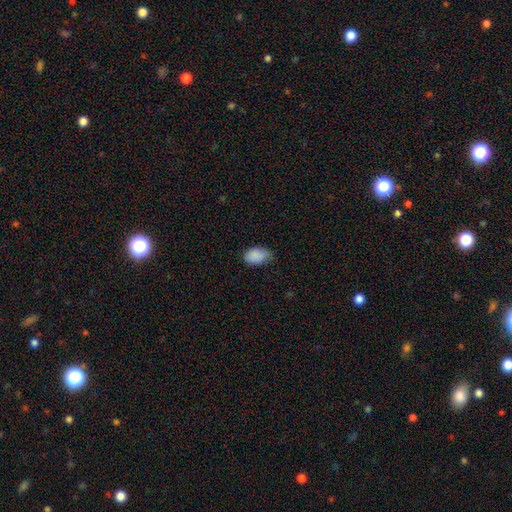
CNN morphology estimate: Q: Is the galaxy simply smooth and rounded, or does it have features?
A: smooth — 88%.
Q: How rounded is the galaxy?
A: in between — 90%.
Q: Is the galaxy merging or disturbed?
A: none — 67%.